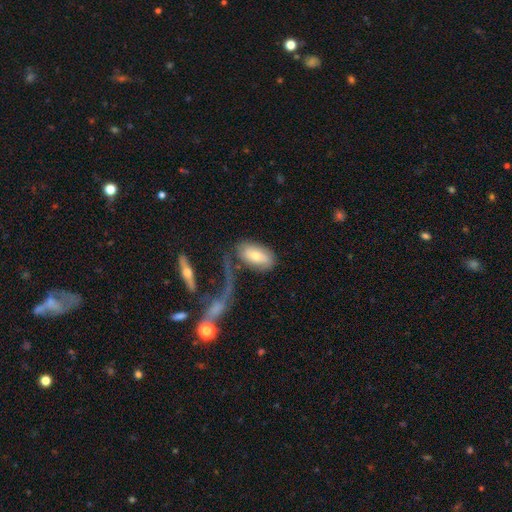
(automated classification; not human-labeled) This is likely a smooth galaxy (67%). How rounded: clearly in between (91%). Merging: possibly none (58%).